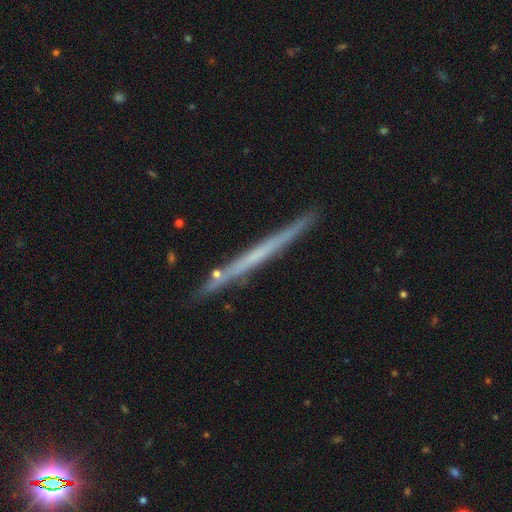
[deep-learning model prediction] This is possibly a featured or disk galaxy (58%). It is clearly viewed edge-on (97%). Edge-on bulge: clearly none (92%). Merging: clearly none (87%).